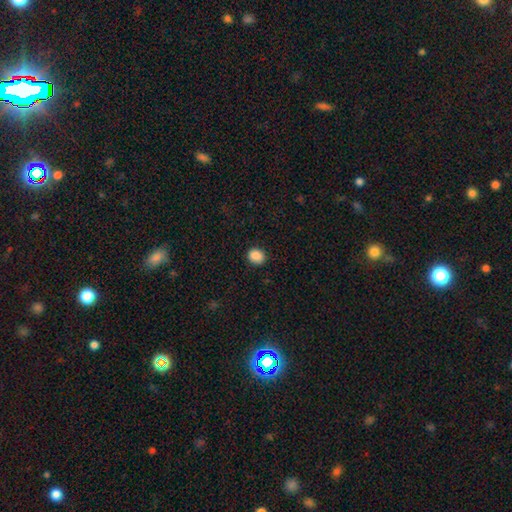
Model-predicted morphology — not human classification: The model was most divided on "how rounded": round: 67%, in between: 33%, cigar-shaped: 1%. More confident: merging — none (89%); smooth or featured — smooth (88%).